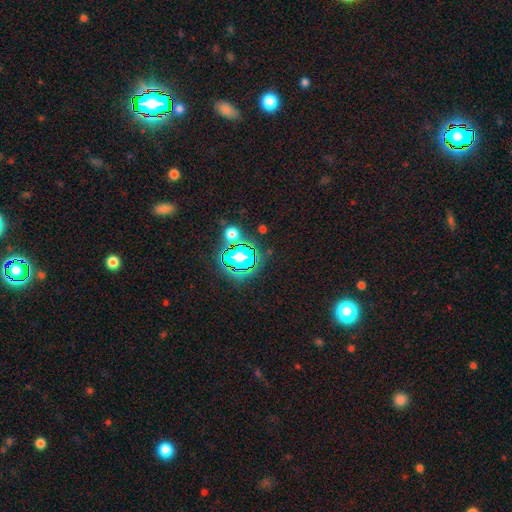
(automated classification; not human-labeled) Q: Smooth or featured?
A: star or artifact (80%); runner-up: smooth (13%)